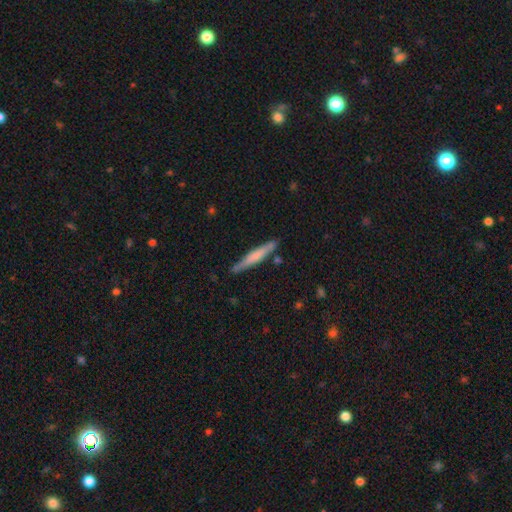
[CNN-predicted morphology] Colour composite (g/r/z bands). It shows a smooth galaxy with no disk features (53%) that is cigar-shaped (94%). Merging: none (84%).